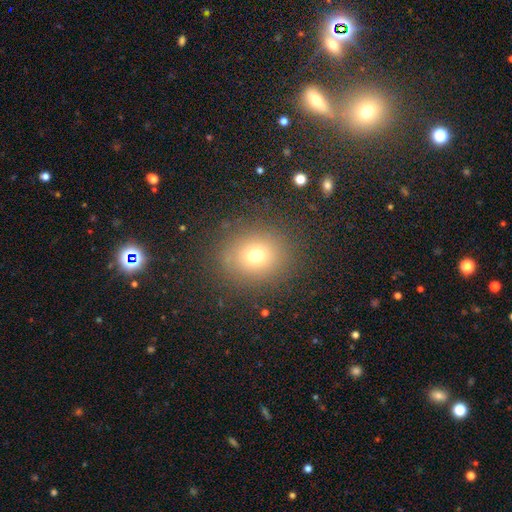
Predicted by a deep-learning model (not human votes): A smooth galaxy with no disk features (72%) that is round (71%). Merging: none (85%).